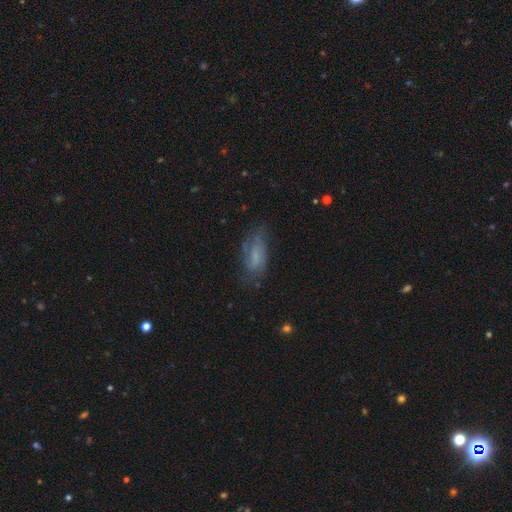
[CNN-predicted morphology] A featured or disk galaxy (46%). Merging: none (60%).